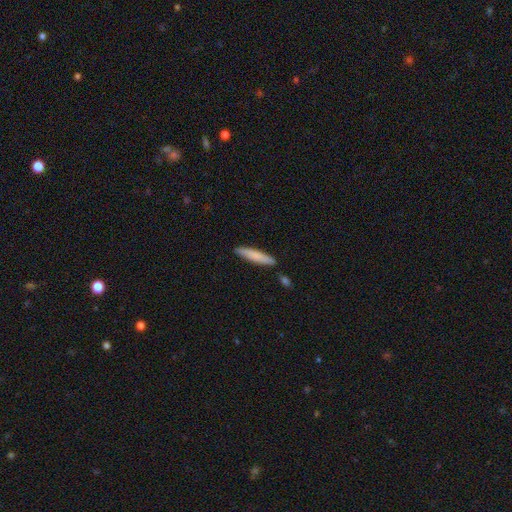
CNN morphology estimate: smooth 78%, featured or disk 17%, star or artifact 5%. Down the decision tree: how rounded — cigar-shaped (88%); merging — none (84%).